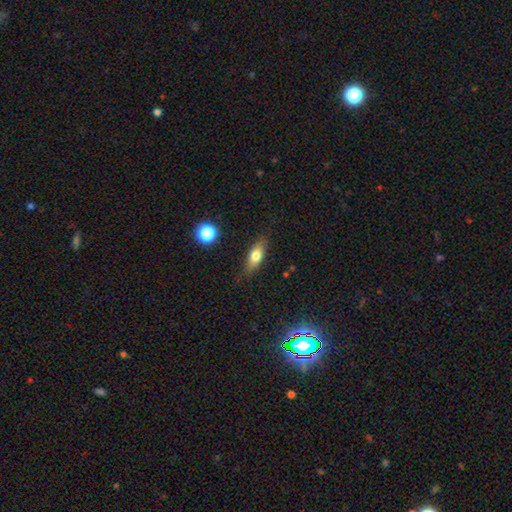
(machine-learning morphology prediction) Q: Smooth or featured?
A: smooth (70%); runner-up: featured or disk (21%)
Q: How rounded?
A: in between (70%); runner-up: cigar-shaped (24%)
Q: Merging?
A: none (77%); runner-up: minor disturbance (17%)